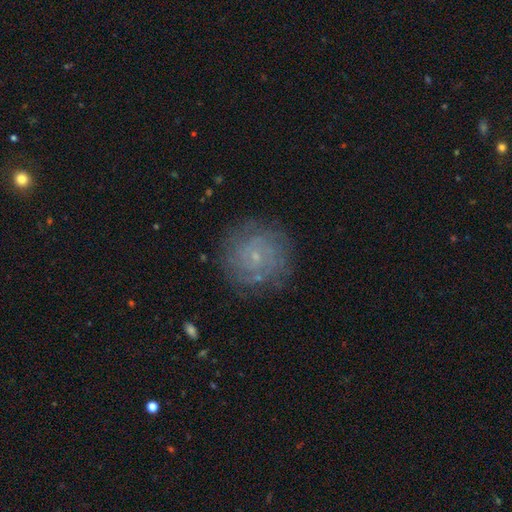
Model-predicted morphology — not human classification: Smooth or featured? featured or disk (66%)
Edge-on disk? no (98%)
Bar? no (75%)
Spiral arms? yes (88%)
Spiral winding? tight (70%)
Spiral arm count? can't tell (45%)
Bulge size? small (82%)
Merging? none (81%)